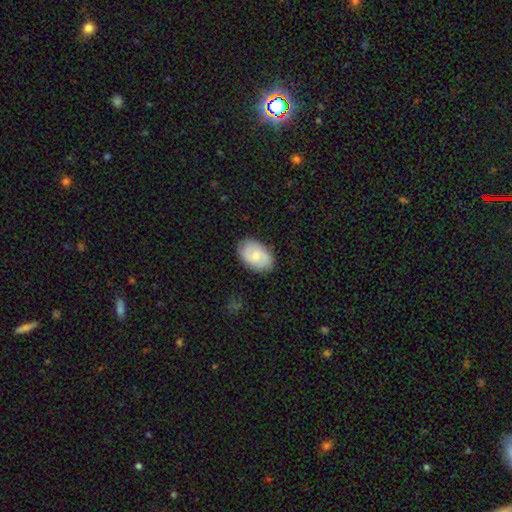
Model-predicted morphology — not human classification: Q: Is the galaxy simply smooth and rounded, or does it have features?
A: smooth — 55%.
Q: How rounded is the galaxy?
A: in between — 89%.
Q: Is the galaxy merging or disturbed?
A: none — 82%.